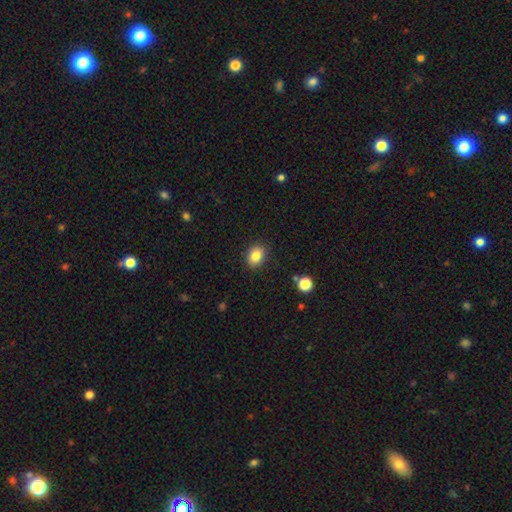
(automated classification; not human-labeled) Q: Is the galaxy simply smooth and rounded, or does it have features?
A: smooth — 84%.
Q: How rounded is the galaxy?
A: in between — 59%.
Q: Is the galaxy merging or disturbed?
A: none — 87%.